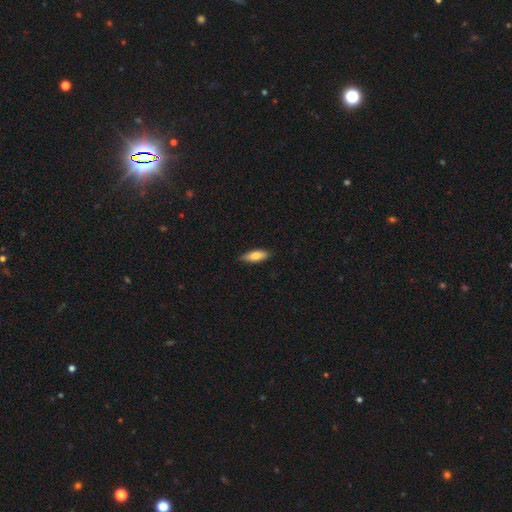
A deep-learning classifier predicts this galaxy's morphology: Smooth or featured? smooth (78%)
How rounded? in between (66%)
Merging? none (84%)